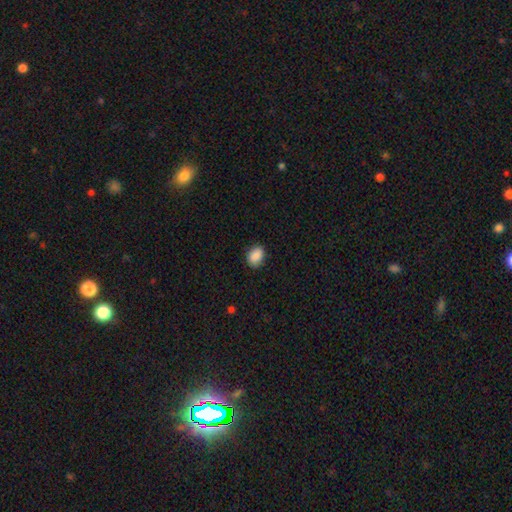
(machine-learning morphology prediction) smooth-or-featured: smooth: 89% | star or artifact: 7% | featured or disk: 4%
  how-rounded: in between: 70% | round: 29% | cigar-shaped: 1%
  merging: none: 85% | minor disturbance: 12% | major disturbance: 2% | merger: 1%